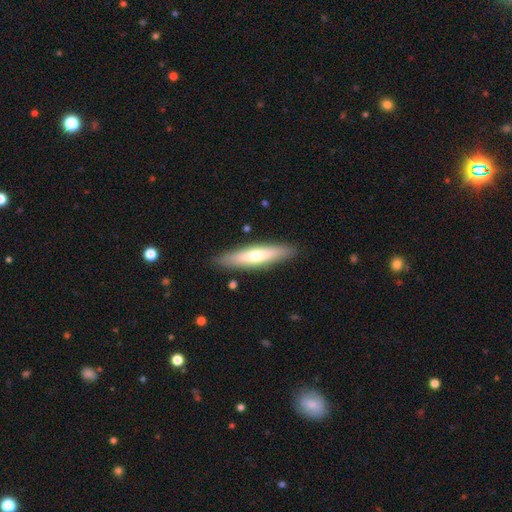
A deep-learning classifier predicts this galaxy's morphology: type=smooth (55%); roundness=cigar-shaped (81%); merging=none (88%).